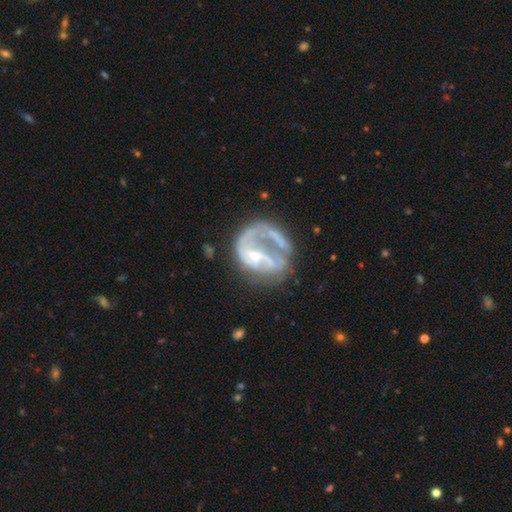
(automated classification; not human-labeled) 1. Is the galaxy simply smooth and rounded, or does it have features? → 75% featured or disk, 16% smooth, 8% star or artifact.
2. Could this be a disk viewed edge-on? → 98% no, 2% yes.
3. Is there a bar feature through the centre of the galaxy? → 53% no, 34% weak, 12% strong.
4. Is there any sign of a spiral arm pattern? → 60% yes, 40% no.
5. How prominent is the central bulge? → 48% small, 24% moderate, 24% none, 3% large, 1% dominant.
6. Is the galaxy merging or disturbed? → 45% major disturbance, 29% none, 16% minor disturbance, 10% merger.